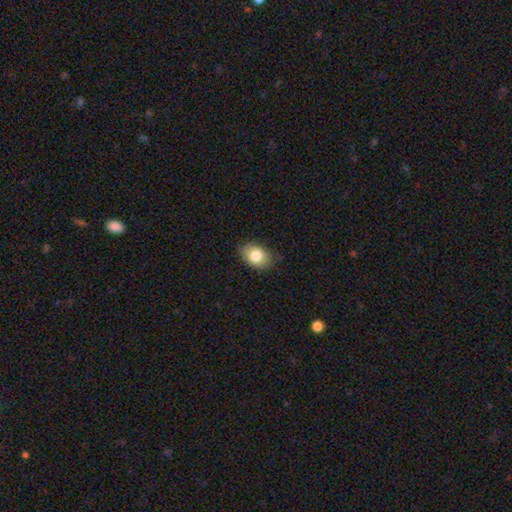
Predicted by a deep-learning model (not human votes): This appears to be a smooth galaxy with no disk features (80%) that is in between round and cigar-shaped (81%). Merging: none (77%).